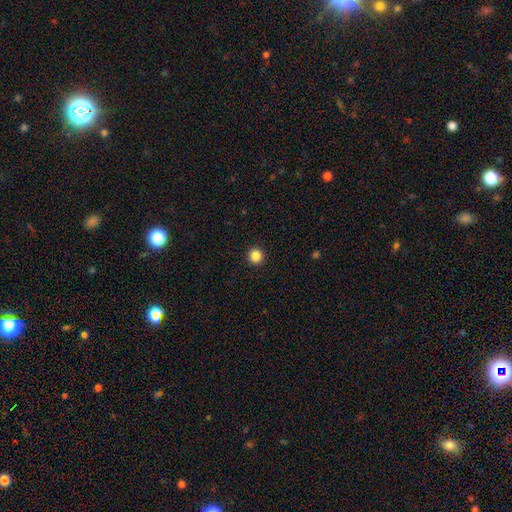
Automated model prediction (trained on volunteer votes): A smooth galaxy with no disk features (86%) that is round (95%).

Vote fractions:
- Smooth or featured? smooth: 86% / star or artifact: 11% / featured or disk: 3%
- How rounded? round: 95% / in between: 5% / cigar-shaped: 1%
- Merging? none: 94% / minor disturbance: 4% / major disturbance: 2% / merger: 1%